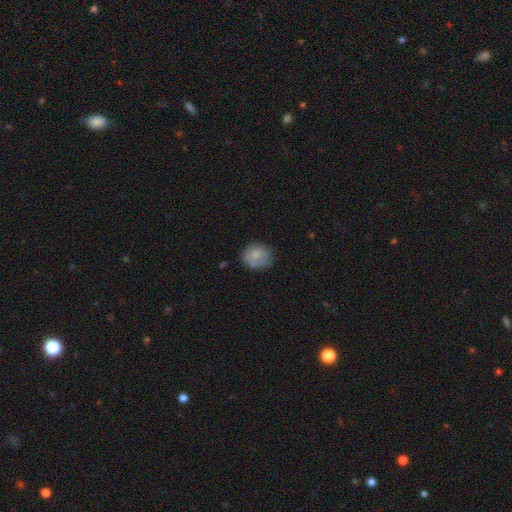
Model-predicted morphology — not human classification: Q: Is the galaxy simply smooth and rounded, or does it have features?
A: smooth — 77%.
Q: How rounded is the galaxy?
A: round — 75%.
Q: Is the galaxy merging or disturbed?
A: none — 66%.